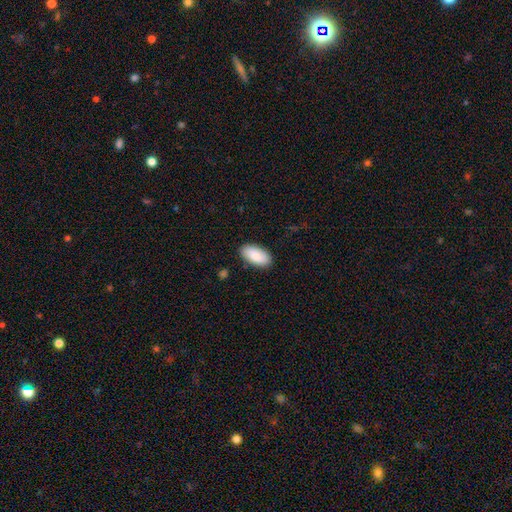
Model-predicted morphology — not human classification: Smooth or featured? Predicted: smooth (p=0.87). How rounded? Predicted: in between (p=0.94). Merging? Predicted: none (p=0.87).